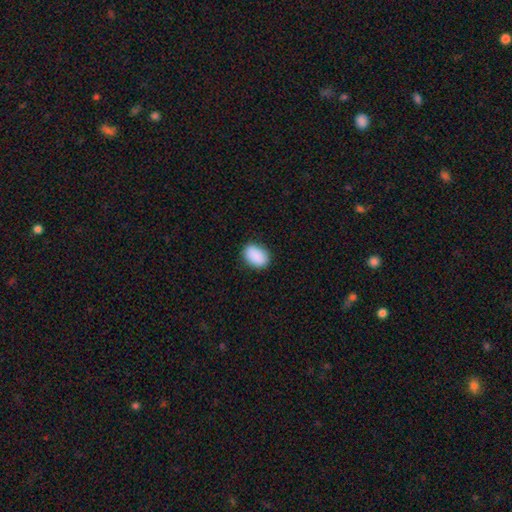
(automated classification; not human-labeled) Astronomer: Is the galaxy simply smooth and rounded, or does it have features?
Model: smooth — 90%.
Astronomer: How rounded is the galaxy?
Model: in between — 83%.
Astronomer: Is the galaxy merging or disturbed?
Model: none — 84%.